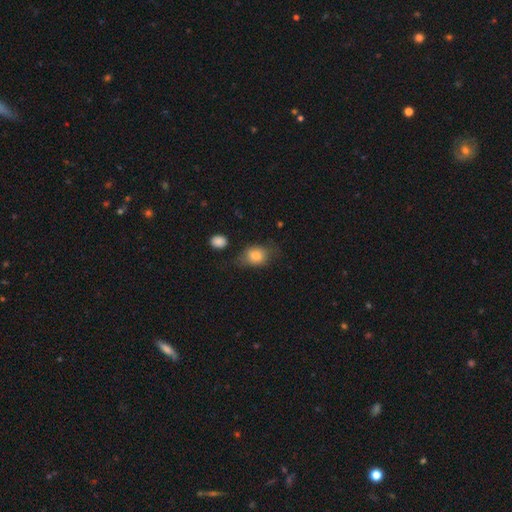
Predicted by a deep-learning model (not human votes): This appears to be a smooth galaxy with no disk features (77%) that is in between round and cigar-shaped (59%). Merging: none (58%).